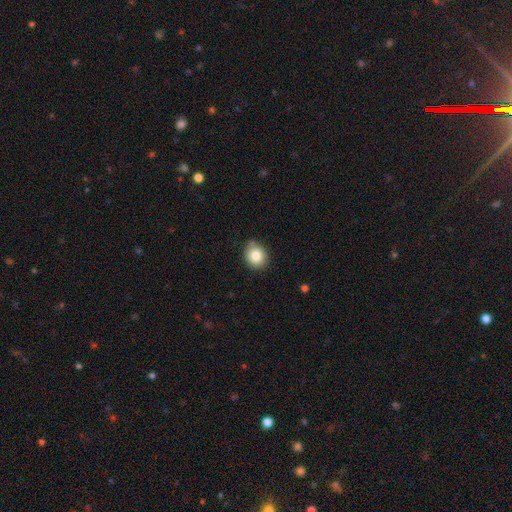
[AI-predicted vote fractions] This appears to be a smooth galaxy with no disk features (83%) that is round (70%). Merging: none (77%).